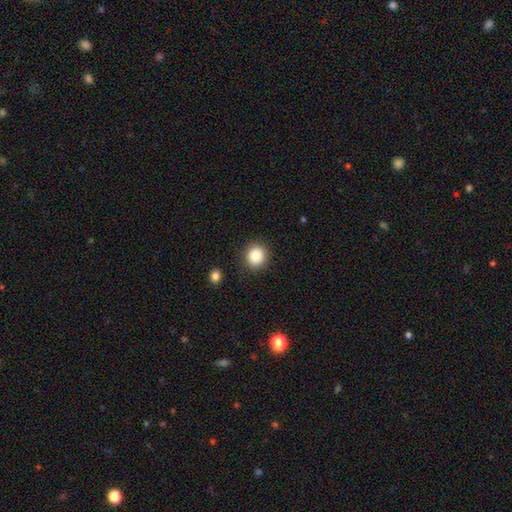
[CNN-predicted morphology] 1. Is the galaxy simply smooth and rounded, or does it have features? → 86% smooth, 10% star or artifact, 4% featured or disk.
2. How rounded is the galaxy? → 86% round, 13% in between, 1% cigar-shaped.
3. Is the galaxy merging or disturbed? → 89% none, 7% minor disturbance, 2% major disturbance, 2% merger.